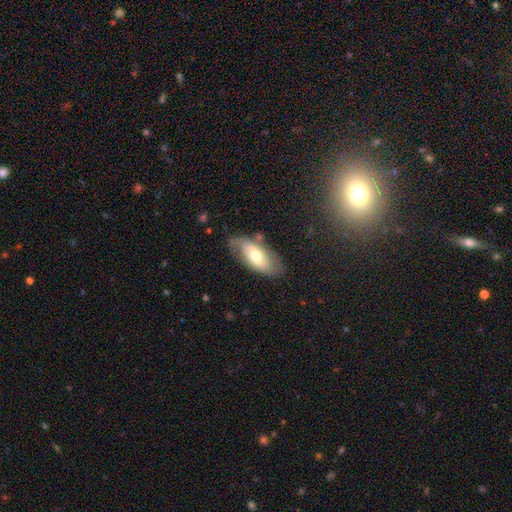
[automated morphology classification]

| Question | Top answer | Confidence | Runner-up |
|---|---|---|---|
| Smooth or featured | featured or disk | 51% | smooth (43%) |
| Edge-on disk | no | 85% | yes (15%) |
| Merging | none | 68% | minor disturbance (21%) |